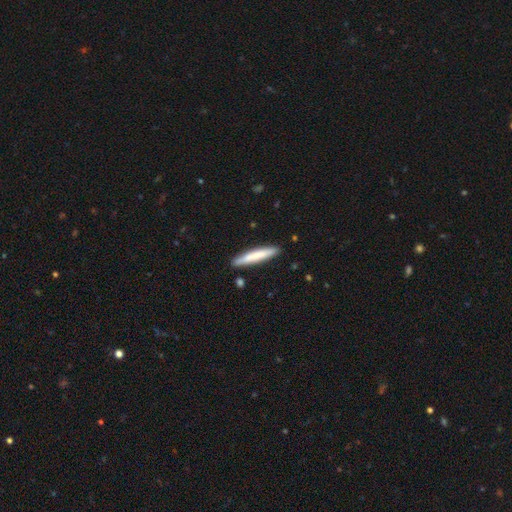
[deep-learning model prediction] A smooth galaxy with no disk features (74%) that is cigar-shaped (93%). Merging: none (88%).